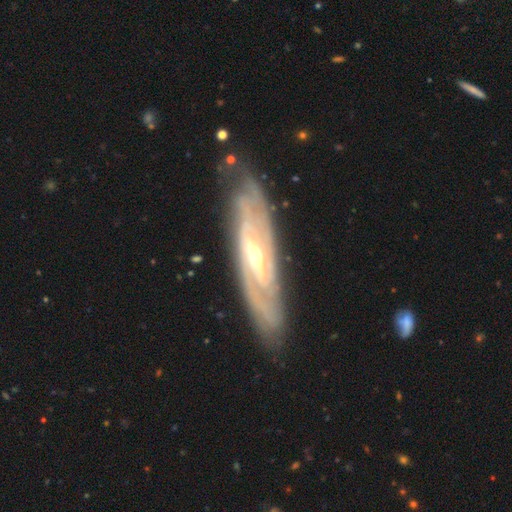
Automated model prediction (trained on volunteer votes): This appears to be a featured or disk galaxy (87%) with a weak bar (39%), 2 (37%) tight (64%) spiral arms (94%) and a small central bulge (62%). Merging: none (82%).